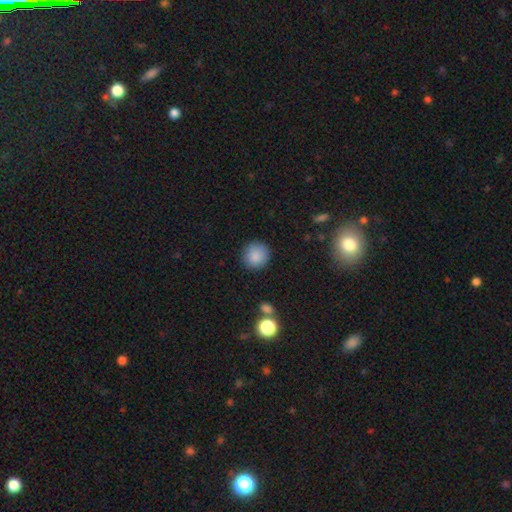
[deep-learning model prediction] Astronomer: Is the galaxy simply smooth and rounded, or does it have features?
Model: smooth — 87%.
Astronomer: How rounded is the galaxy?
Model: round — 90%.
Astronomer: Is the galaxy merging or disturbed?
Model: none — 88%.